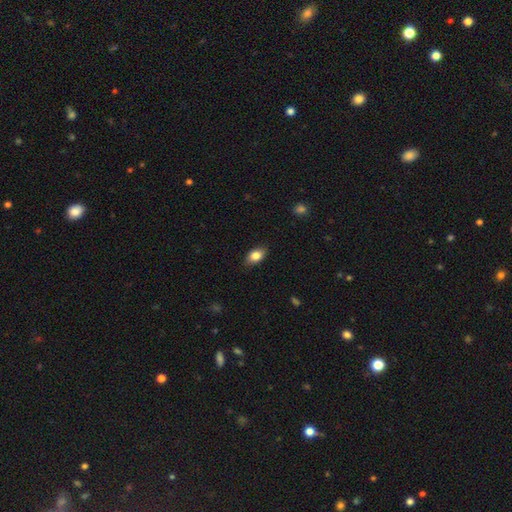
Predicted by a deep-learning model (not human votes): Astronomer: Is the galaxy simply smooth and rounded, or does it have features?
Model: smooth — 83%.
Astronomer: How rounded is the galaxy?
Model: in between — 84%.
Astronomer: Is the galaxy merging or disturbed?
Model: none — 83%.